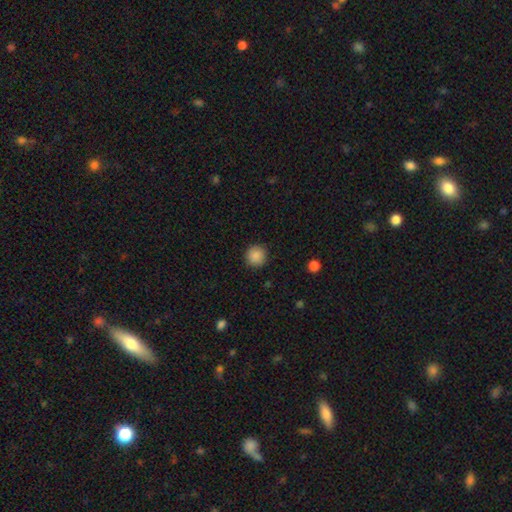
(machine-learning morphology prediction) This appears to be a smooth galaxy with no disk features (88%) that is round (94%). Merging: none (91%).